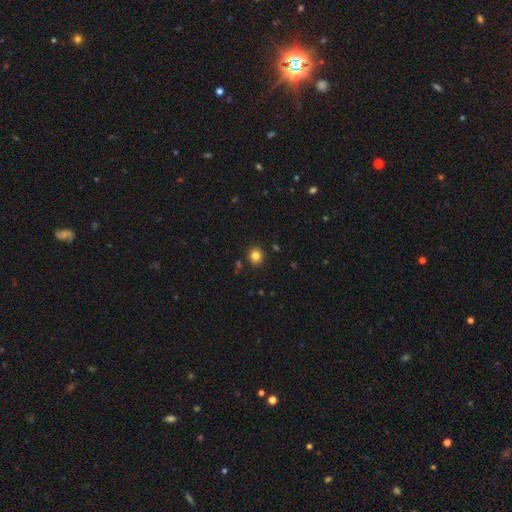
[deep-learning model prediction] A smooth galaxy with no disk features (82%) that is round (88%). Merging: none (90%).